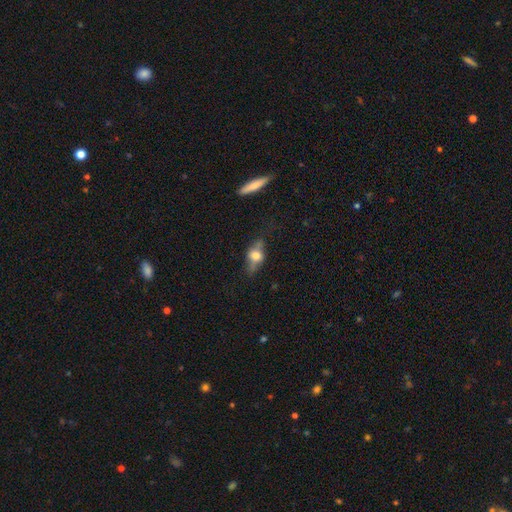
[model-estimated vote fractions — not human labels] Smooth or featured?
  - smooth: 47% *
  - featured or disk: 44%
  - star or artifact: 9%
Merging?
  - none: 63% *
  - minor disturbance: 24%
  - major disturbance: 11%
  - merger: 3%